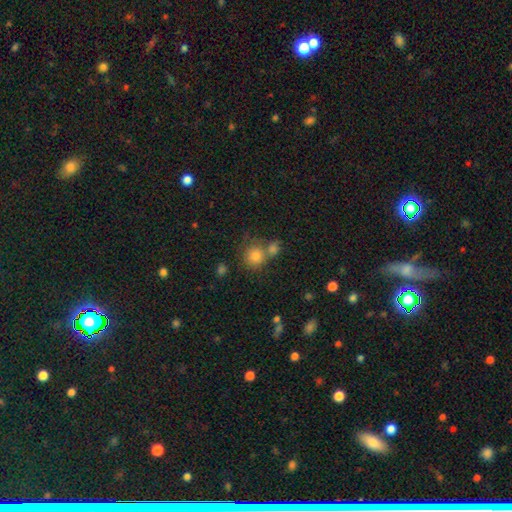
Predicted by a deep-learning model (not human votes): Smooth or featured: smooth — 78% (star or artifact — 14%)
How rounded: round — 88% (in between — 11%)
Merging: none — 59% (merger — 28%)